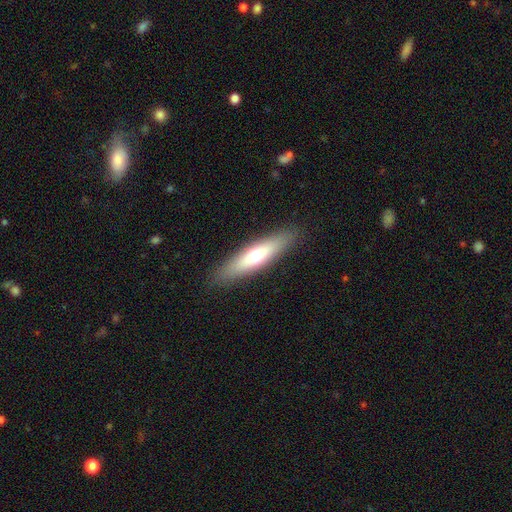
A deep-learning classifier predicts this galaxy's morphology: A smooth galaxy with no disk features (59%) that is cigar-shaped (72%).

Vote fractions:
- Smooth or featured? smooth: 59% / featured or disk: 35% / star or artifact: 6%
- How rounded? cigar-shaped: 72% / in between: 27% / round: 2%
- Merging? none: 89% / minor disturbance: 8% / major disturbance: 2% / merger: 1%